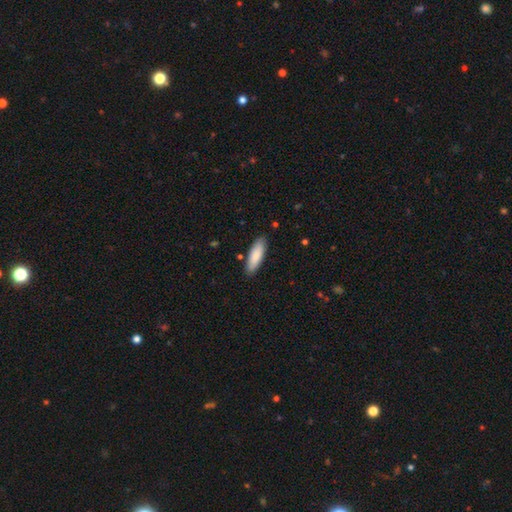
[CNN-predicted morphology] smooth 86%, featured or disk 8%, star or artifact 5%. Down the decision tree: how rounded — in between (53%); merging — none (87%).